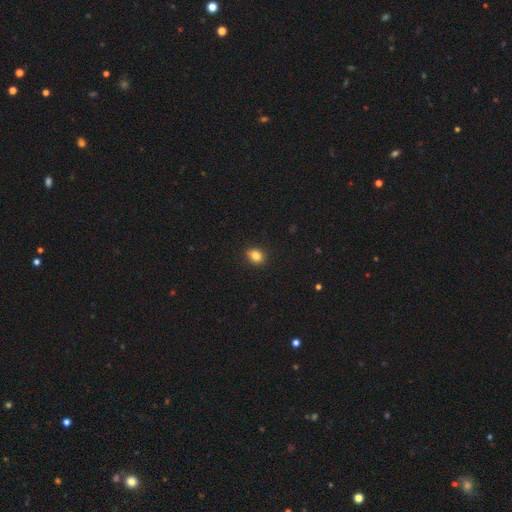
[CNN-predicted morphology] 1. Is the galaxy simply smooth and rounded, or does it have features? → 84% smooth, 10% star or artifact, 6% featured or disk.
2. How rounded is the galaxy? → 61% in between, 38% round, 1% cigar-shaped.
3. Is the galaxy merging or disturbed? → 87% none, 10% minor disturbance, 2% major disturbance, 1% merger.